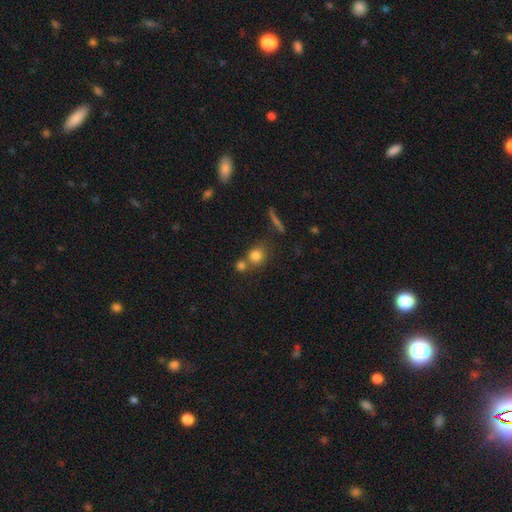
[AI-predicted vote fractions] Overall: smooth (79%). How rounded: round (81%). Merging: none (54%; merger 34%).